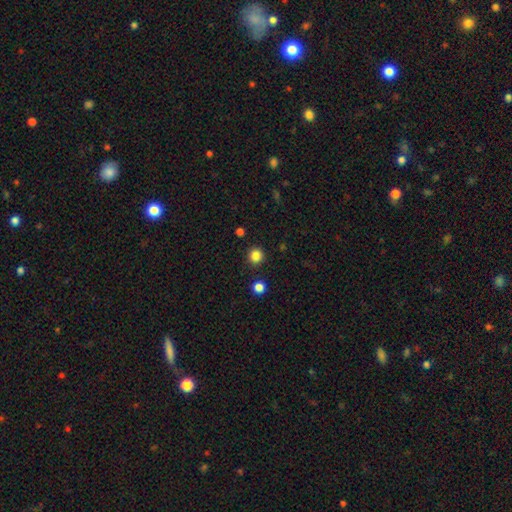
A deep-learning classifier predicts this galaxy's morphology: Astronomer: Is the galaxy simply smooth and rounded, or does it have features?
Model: smooth — 84%.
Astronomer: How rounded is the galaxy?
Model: round — 94%.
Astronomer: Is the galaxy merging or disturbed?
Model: none — 91%.